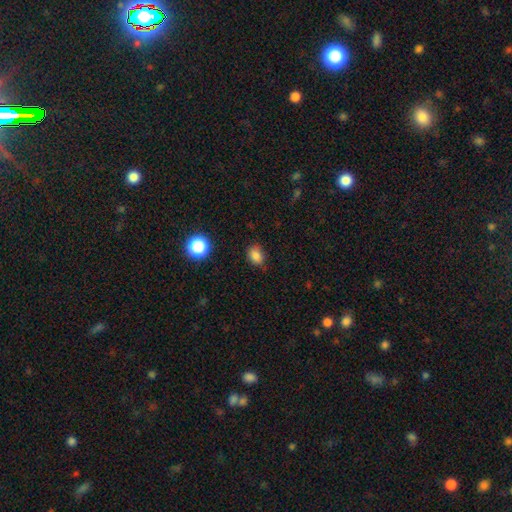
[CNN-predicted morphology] Smooth or featured? smooth (81%)
How rounded? in between (59%)
Merging? none (80%)